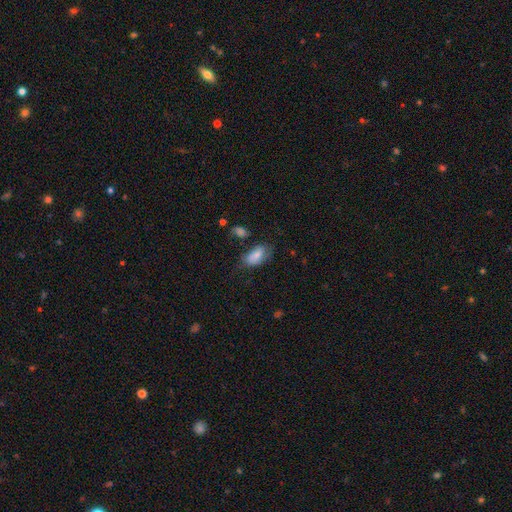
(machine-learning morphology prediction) The model was most divided on "merging": none: 55%, minor disturbance: 27%, major disturbance: 11%, merger: 7%. More confident: how rounded — in between (92%); smooth or featured — smooth (78%).